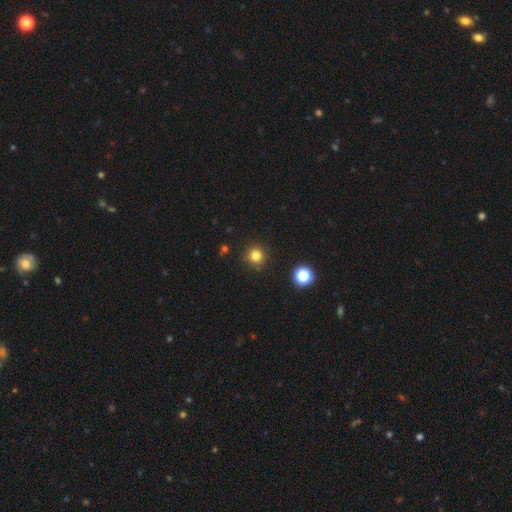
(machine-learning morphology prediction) type=smooth (80%); roundness=round (94%); merging=none (90%).